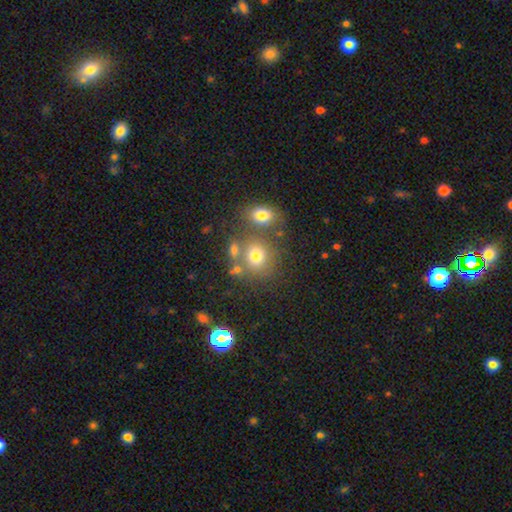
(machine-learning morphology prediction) A smooth galaxy with no disk features (73%) that is round (73%). Merging: none (56%).